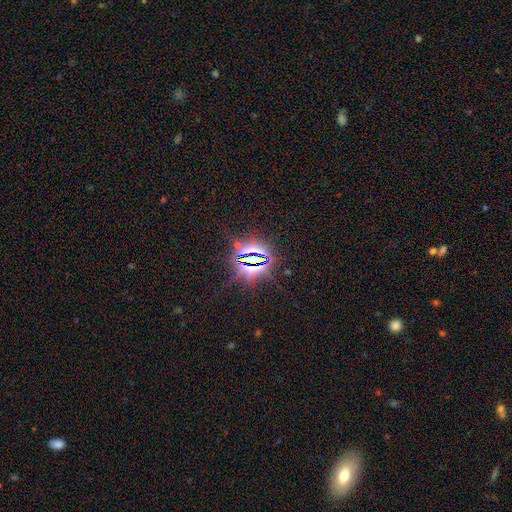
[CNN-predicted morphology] type=star or artifact (85%).